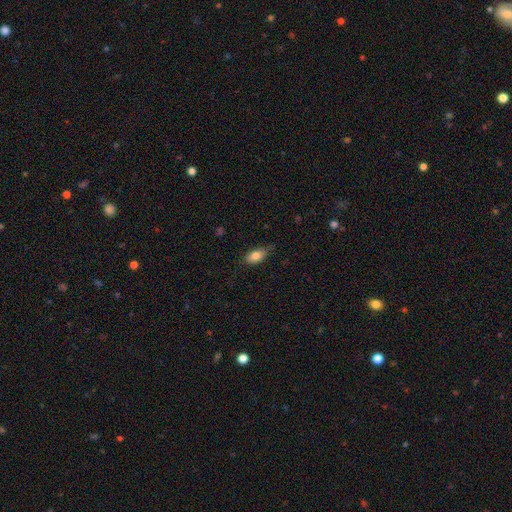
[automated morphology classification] A smooth galaxy with no disk features (81%) that is in between round and cigar-shaped (88%).

Vote fractions:
- Smooth or featured? smooth: 81% / featured or disk: 11% / star or artifact: 7%
- How rounded? in between: 88% / cigar-shaped: 7% / round: 5%
- Merging? none: 71% / minor disturbance: 24% / major disturbance: 4% / merger: 1%